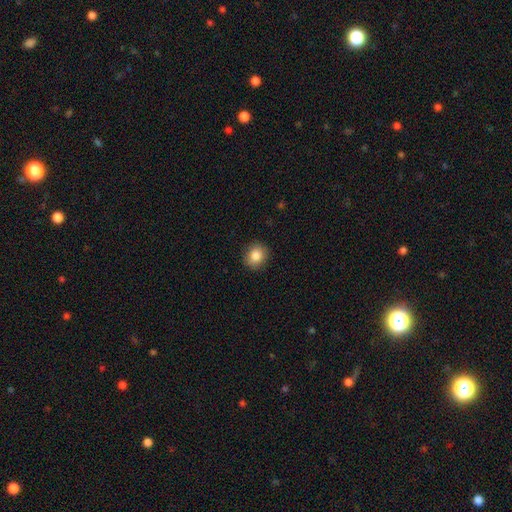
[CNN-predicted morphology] The model was most divided on "how rounded": round: 78%, in between: 21%, cigar-shaped: 1%. More confident: merging — none (90%); smooth or featured — smooth (85%).